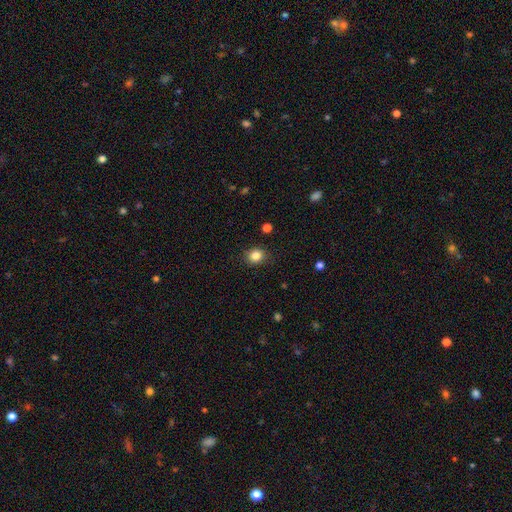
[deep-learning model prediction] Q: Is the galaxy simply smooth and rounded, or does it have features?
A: smooth — 84%.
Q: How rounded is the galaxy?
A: round — 68%.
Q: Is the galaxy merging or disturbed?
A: none — 86%.